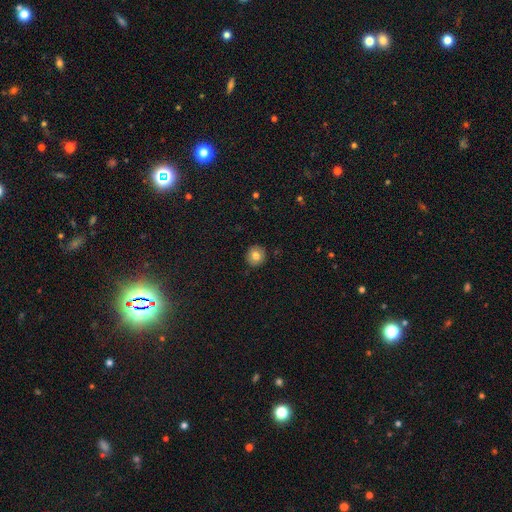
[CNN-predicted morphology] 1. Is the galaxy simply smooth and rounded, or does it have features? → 79% smooth, 12% featured or disk, 9% star or artifact.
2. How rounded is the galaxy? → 92% round, 7% in between, 1% cigar-shaped.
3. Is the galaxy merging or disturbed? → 90% none, 7% minor disturbance, 2% major disturbance, 1% merger.